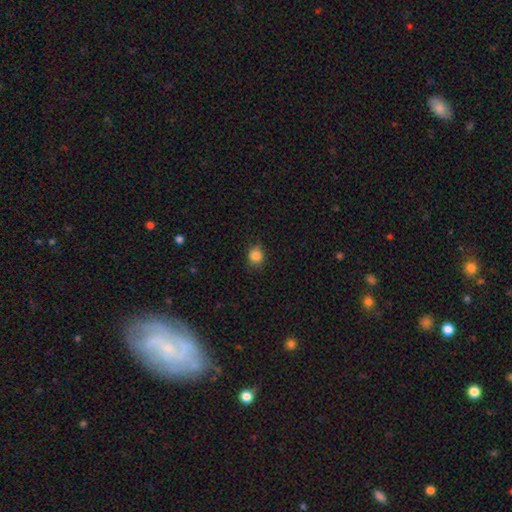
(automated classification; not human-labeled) This is clearly a smooth galaxy (85%). How rounded: likely round (77%). Merging: clearly none (82%).